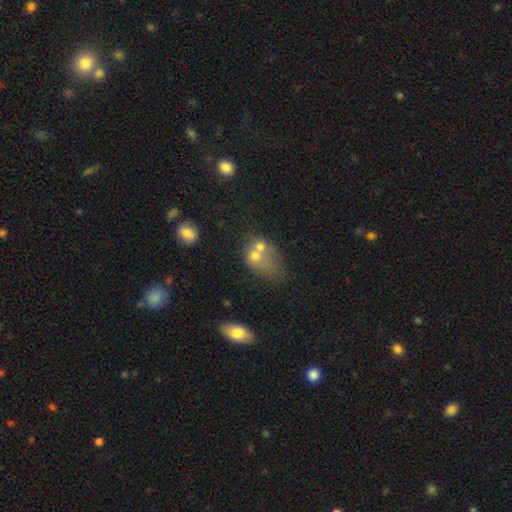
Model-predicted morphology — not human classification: Smooth or featured? smooth (59%)
How rounded? in between (58%)
Merging? merger (57%)